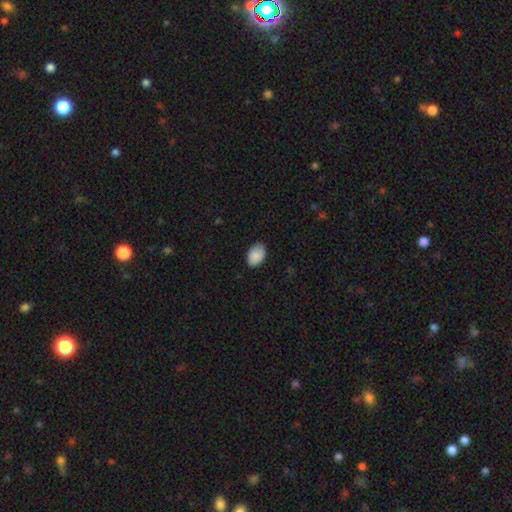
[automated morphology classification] This is clearly a smooth galaxy (89%). How rounded: clearly in between (87%). Merging: clearly none (84%).